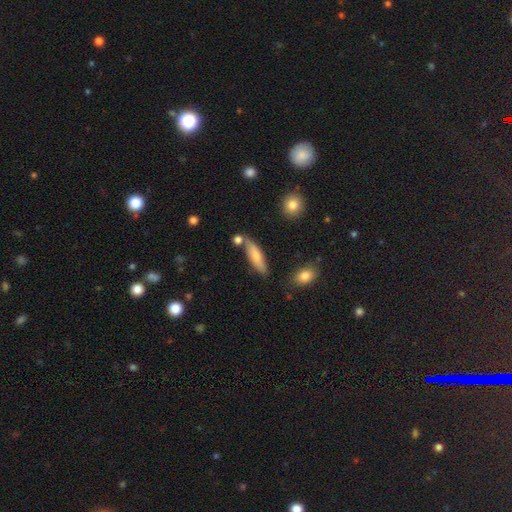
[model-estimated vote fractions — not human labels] This is likely a smooth galaxy (72%). How rounded: likely cigar-shaped (62%). Merging: likely none (71%).